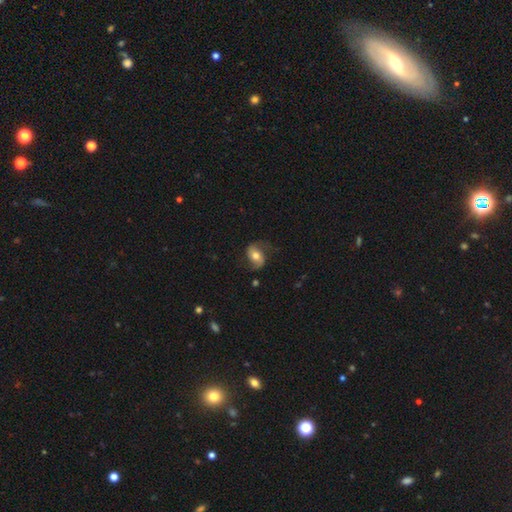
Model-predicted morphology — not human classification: The model was most divided on "spiral winding": loose: 54%, medium: 35%, tight: 11%. More confident: edge-on disk — no (96%); spiral arm count — 2 (90%); spiral arms — yes (89%); bulge size — moderate (71%); merging — none (68%); smooth or featured — featured or disk (65%); bar — no (54%).